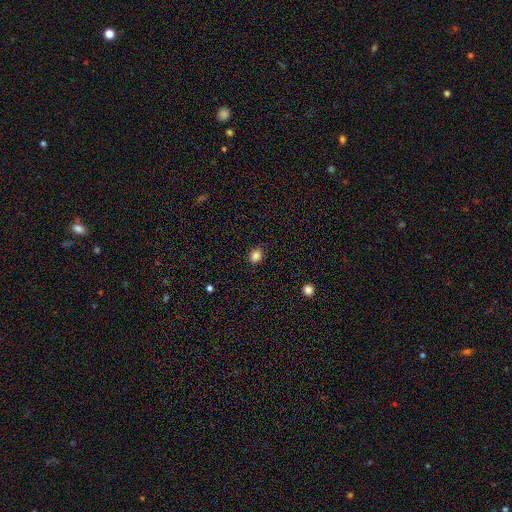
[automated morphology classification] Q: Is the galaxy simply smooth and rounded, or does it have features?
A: smooth — 86%.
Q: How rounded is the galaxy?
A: round — 50%.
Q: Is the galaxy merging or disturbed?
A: none — 89%.